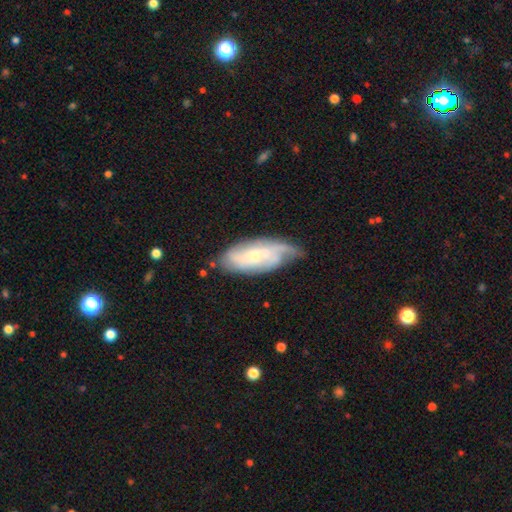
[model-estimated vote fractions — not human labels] Smooth or featured? Predicted: featured or disk (p=0.64). Edge-on disk? Predicted: no (p=0.89). Bar? Predicted: no (p=0.67). Spiral arms? Predicted: yes (p=0.85). Bulge size? Predicted: small (p=0.61). Merging? Predicted: none (p=0.54).